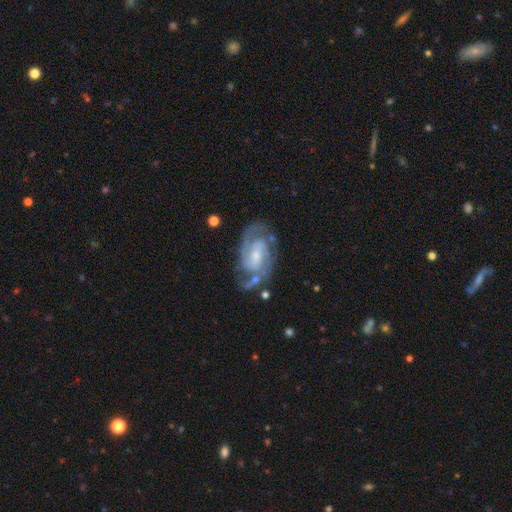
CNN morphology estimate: This appears to be a featured or disk galaxy (88%) with a weak bar (47%), 2 (73%) medium (46%) spiral arms (97%) and a small central bulge (55%). Merging: none (70%).